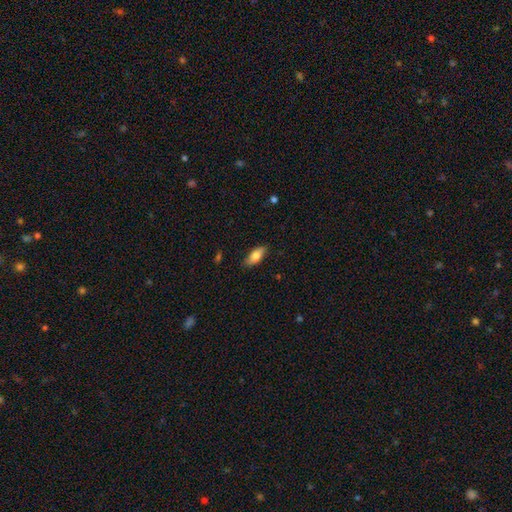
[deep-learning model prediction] This appears to be a smooth galaxy with no disk features (79%) that is in between round and cigar-shaped (83%). Merging: none (83%).